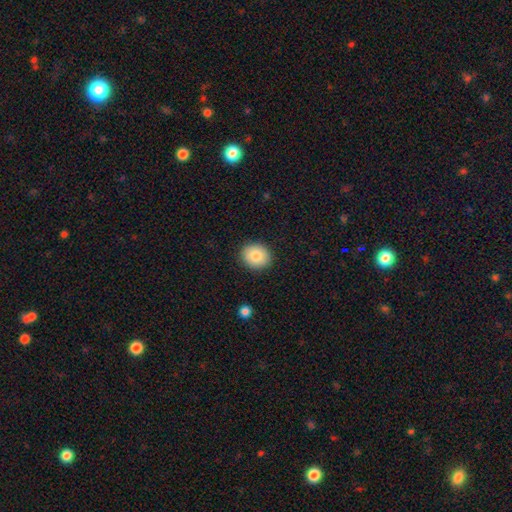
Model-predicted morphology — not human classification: A smooth galaxy with no disk features (84%) that is round (72%). Merging: none (90%).